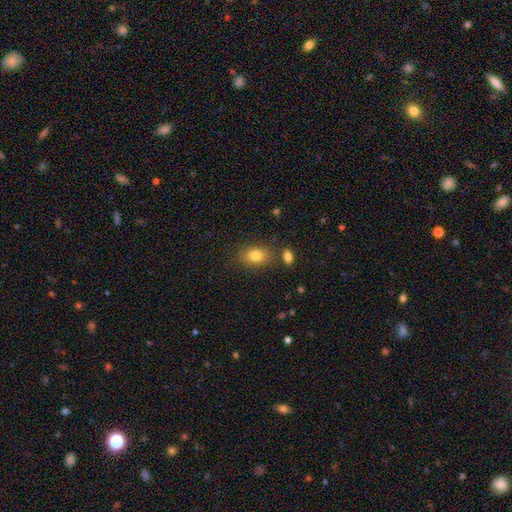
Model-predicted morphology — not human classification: smooth_or_featured: smooth (p=0.82) [alt: featured or disk p=0.10]
how_rounded: in between (p=0.82) [alt: round p=0.16]
merging: none (p=0.79) [alt: minor disturbance p=0.12]